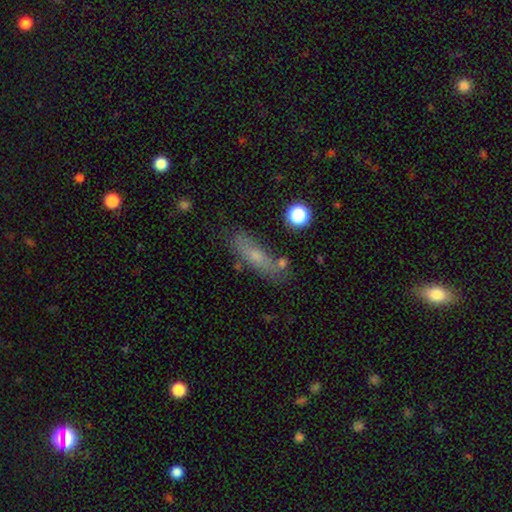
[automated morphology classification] smooth 61%, featured or disk 29%, star or artifact 10%. Down the decision tree: how rounded — cigar-shaped (59%); merging — none (68%).